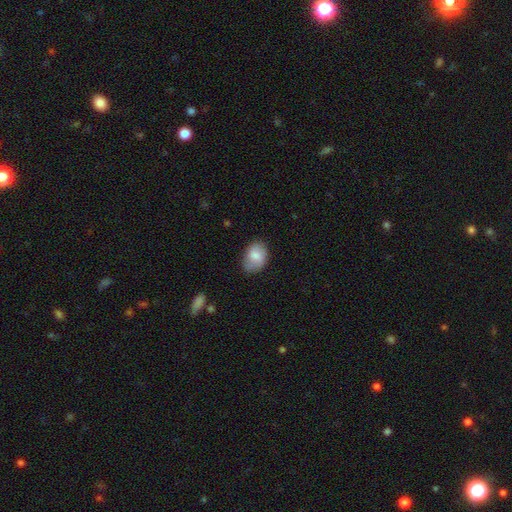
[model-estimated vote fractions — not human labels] Q: Smooth or featured?
A: smooth (78%); runner-up: featured or disk (14%)
Q: How rounded?
A: in between (76%); runner-up: round (23%)
Q: Merging?
A: none (68%); runner-up: minor disturbance (25%)